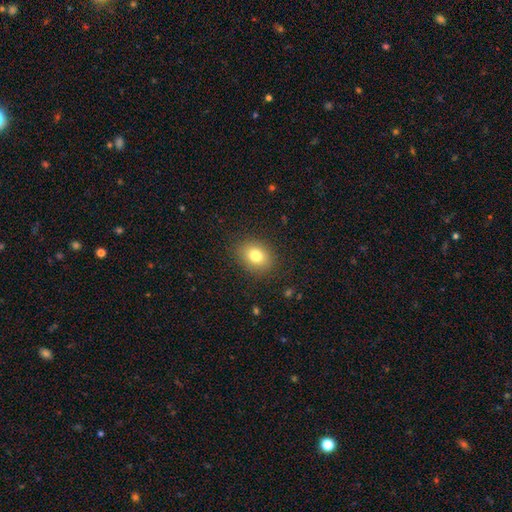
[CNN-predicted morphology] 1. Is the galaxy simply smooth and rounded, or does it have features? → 79% smooth, 11% star or artifact, 10% featured or disk.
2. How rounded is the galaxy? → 55% in between, 44% round, 1% cigar-shaped.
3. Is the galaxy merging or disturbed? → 86% none, 9% minor disturbance, 3% major disturbance, 1% merger.